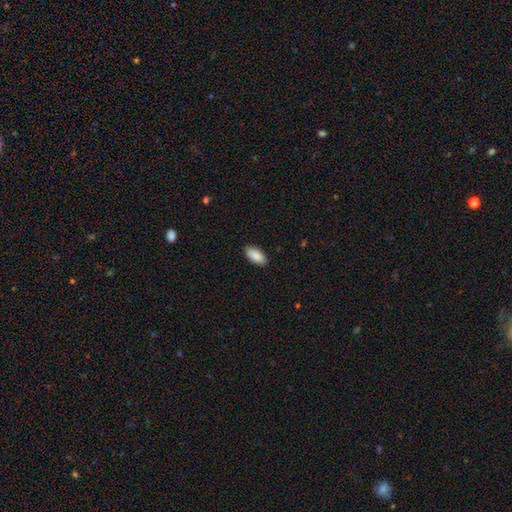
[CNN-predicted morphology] type=smooth (89%); roundness=in between (90%); merging=none (89%).